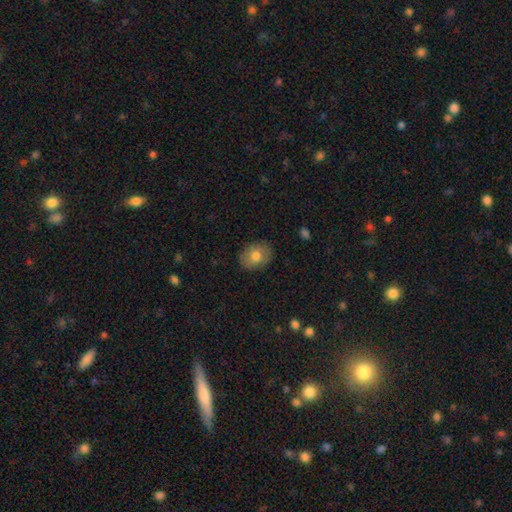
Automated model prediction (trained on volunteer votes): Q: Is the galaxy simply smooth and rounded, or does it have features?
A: smooth — 76%.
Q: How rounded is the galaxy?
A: in between — 59%.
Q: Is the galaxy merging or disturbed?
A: none — 85%.